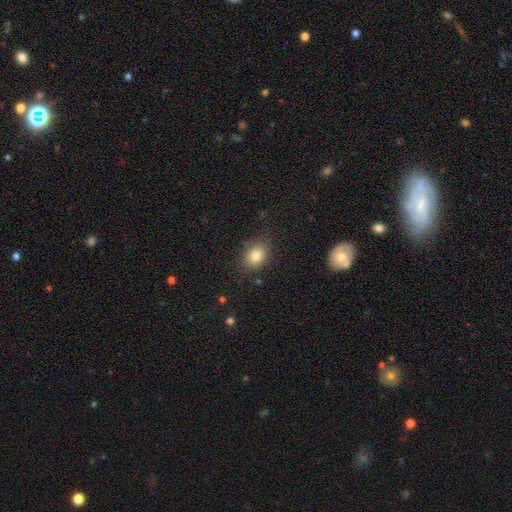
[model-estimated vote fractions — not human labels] A smooth galaxy with no disk features (81%) that is in between round and cigar-shaped (64%).

Vote fractions:
- Smooth or featured? smooth: 81% / star or artifact: 10% / featured or disk: 8%
- How rounded? in between: 64% / round: 34% / cigar-shaped: 1%
- Merging? none: 80% / minor disturbance: 14% / major disturbance: 4% / merger: 2%